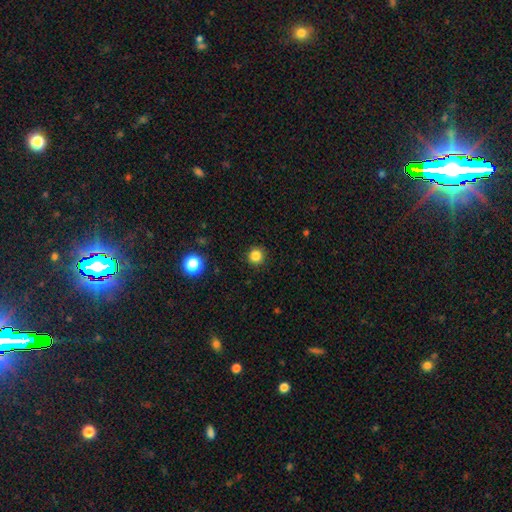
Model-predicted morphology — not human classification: A smooth galaxy with no disk features (83%) that is round (95%).

Vote fractions:
- Smooth or featured? smooth: 83% / star or artifact: 13% / featured or disk: 4%
- How rounded? round: 95% / in between: 4% / cigar-shaped: 1%
- Merging? none: 92% / minor disturbance: 5% / major disturbance: 2% / merger: 1%